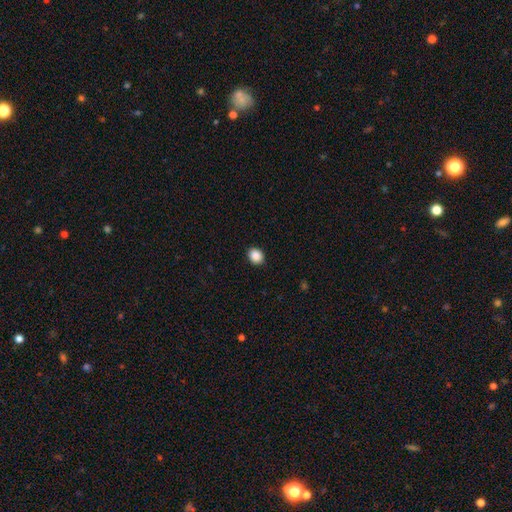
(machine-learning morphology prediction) Smooth or featured?
  - smooth: 89% *
  - star or artifact: 9%
  - featured or disk: 3%
How rounded?
  - round: 59% *
  - in between: 40%
  - cigar-shaped: 1%
Merging?
  - none: 91% *
  - minor disturbance: 6%
  - major disturbance: 2%
  - merger: 1%